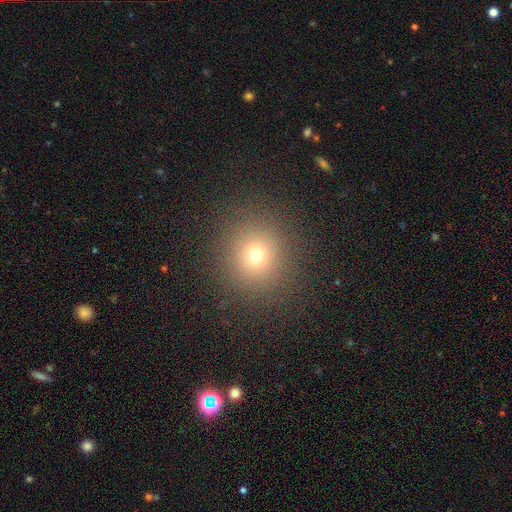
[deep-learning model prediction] This is likely a smooth galaxy (71%). How rounded: clearly round (90%). Merging: clearly none (90%).